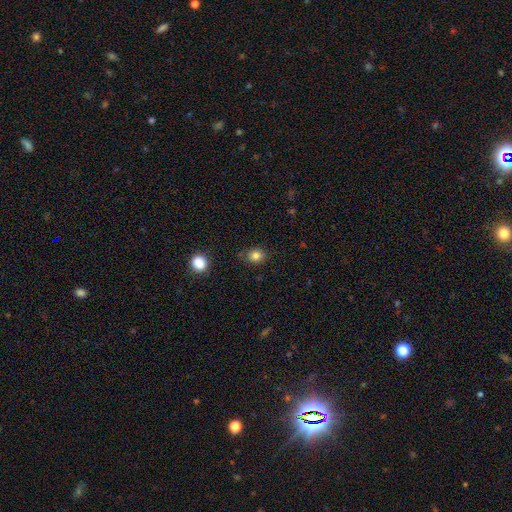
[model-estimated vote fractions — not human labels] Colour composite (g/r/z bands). It shows a smooth galaxy with no disk features (83%) that is round (68%). Merging: none (82%).